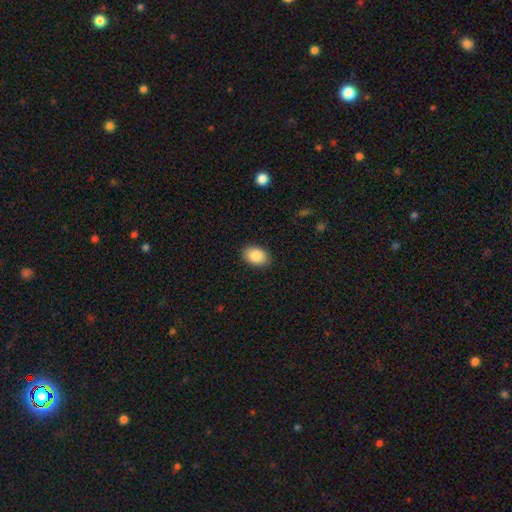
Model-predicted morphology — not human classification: Smooth or featured? smooth (88%)
How rounded? in between (82%)
Merging? none (89%)